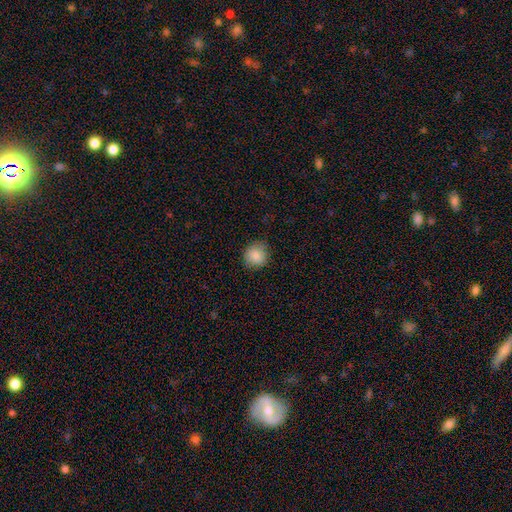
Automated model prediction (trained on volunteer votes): smooth_or_featured: smooth (p=0.87) [alt: star or artifact p=0.09]
how_rounded: round (p=0.88) [alt: in between p=0.11]
merging: none (p=0.83) [alt: minor disturbance p=0.13]